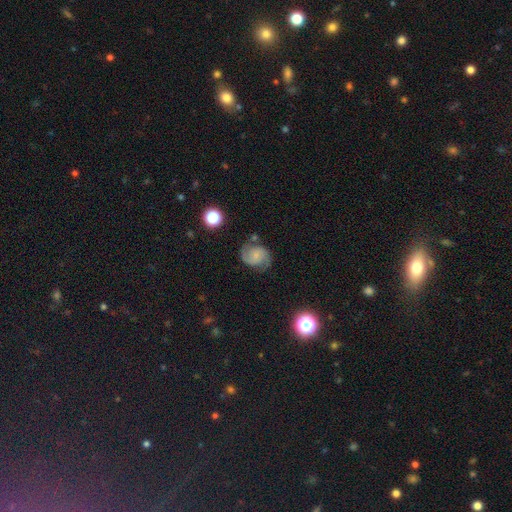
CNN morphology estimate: Smooth or featured? featured or disk (71%)
Edge-on disk? no (98%)
Bar? no (63%)
Spiral arms? yes (95%)
Spiral winding? medium (52%)
Spiral arm count? 2 (89%)
Bulge size? small (61%)
Merging? none (72%)